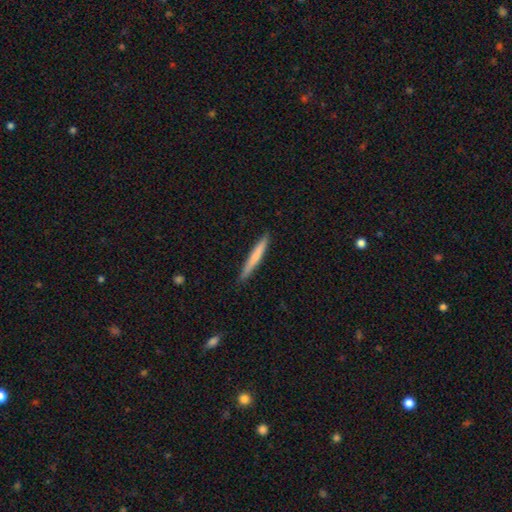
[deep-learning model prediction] Morphology: type=smooth (65%); roundness=cigar-shaped (96%); merging=none (90%).